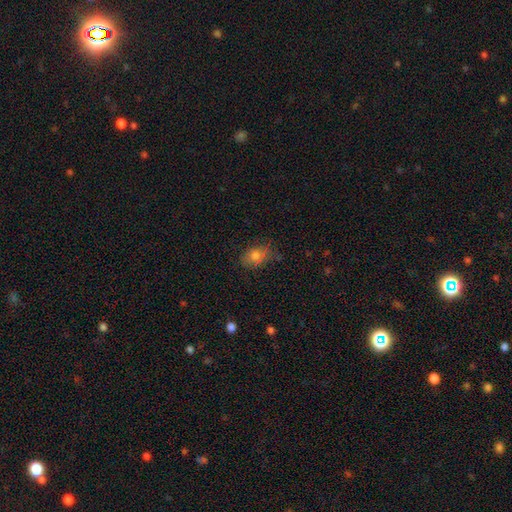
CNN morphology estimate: smooth_or_featured: smooth (p=0.77) [alt: featured or disk p=0.12]
how_rounded: in between (p=0.73) [alt: round p=0.25]
merging: none (p=0.69) [alt: minor disturbance p=0.23]